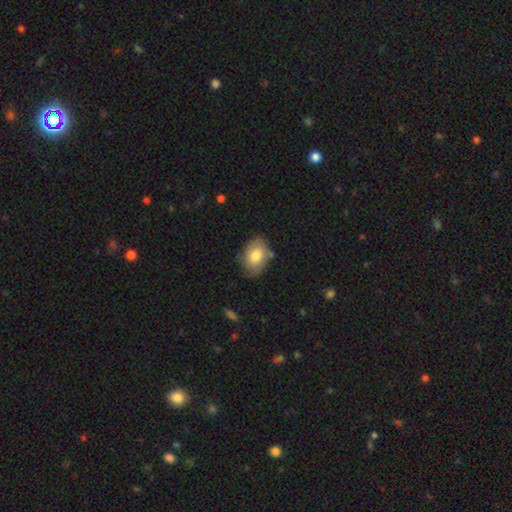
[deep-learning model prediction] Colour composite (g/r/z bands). It shows a smooth galaxy with no disk features (76%) that is in between round and cigar-shaped (79%). Merging: none (72%).